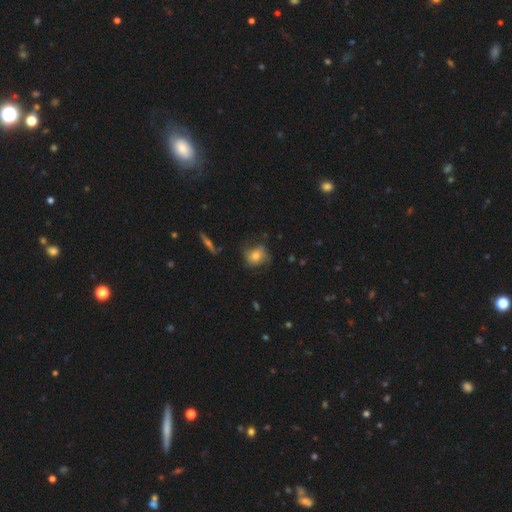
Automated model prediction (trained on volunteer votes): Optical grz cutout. It shows a smooth galaxy with no disk features (55%) that is round (67%). Merging: none (56%).